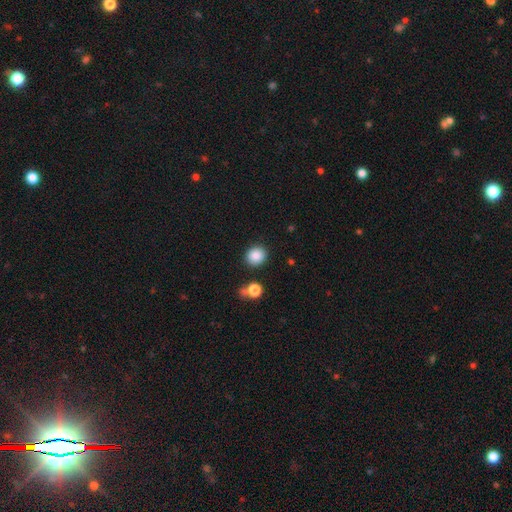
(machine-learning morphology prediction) Overall: smooth (87%). How rounded: round (79%). Merging: none (85%).